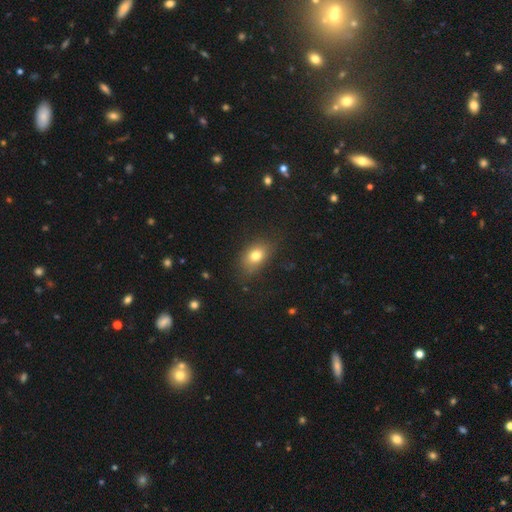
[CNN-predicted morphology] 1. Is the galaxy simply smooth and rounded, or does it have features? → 76% smooth, 12% featured or disk, 11% star or artifact.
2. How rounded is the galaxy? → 76% in between, 22% round, 2% cigar-shaped.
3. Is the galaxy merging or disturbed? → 76% none, 17% minor disturbance, 6% major disturbance, 1% merger.